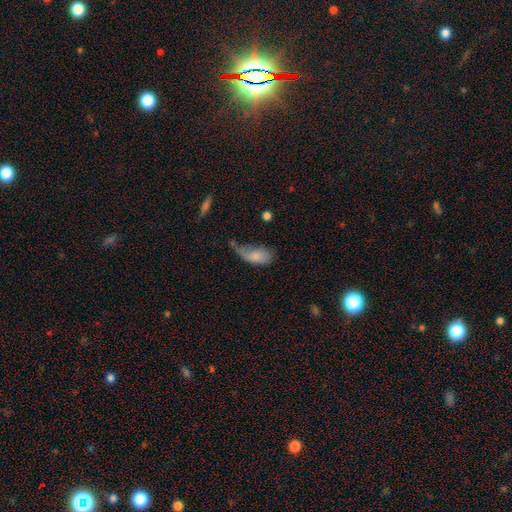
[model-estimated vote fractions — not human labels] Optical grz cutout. It shows a smooth galaxy with no disk features (70%) that is in between round and cigar-shaped (90%). Merging: minor disturbance (34%).